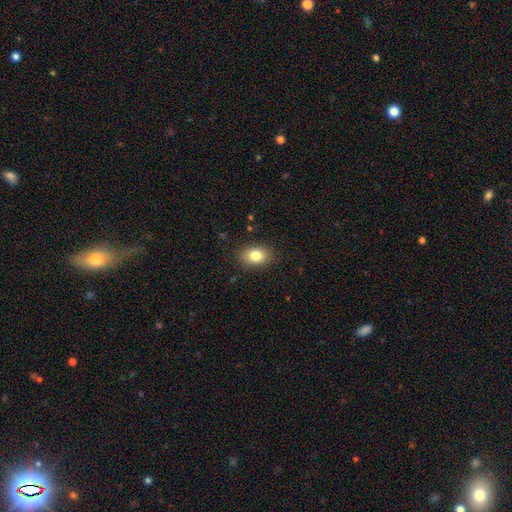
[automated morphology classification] smooth-or-featured: smooth: 82% | star or artifact: 9% | featured or disk: 8%
  how-rounded: in between: 76% | round: 23% | cigar-shaped: 1%
  merging: none: 86% | minor disturbance: 10% | major disturbance: 3% | merger: 1%